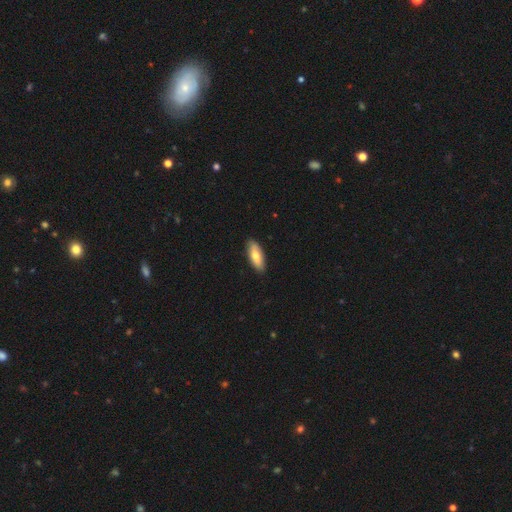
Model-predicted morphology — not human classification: This appears to be a smooth galaxy with no disk features (71%) that is in between round and cigar-shaped (70%). Merging: none (89%).